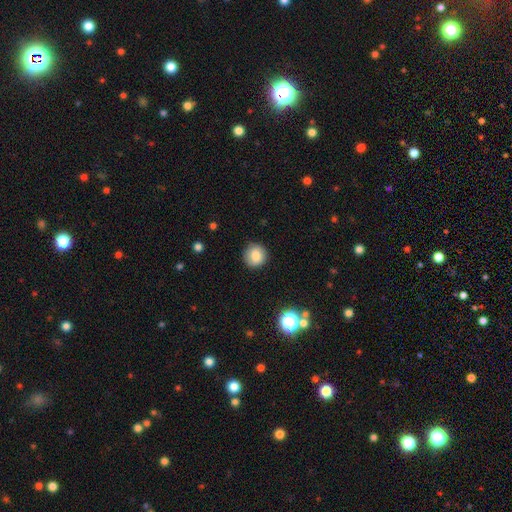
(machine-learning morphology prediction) Smooth or featured: smooth — 83% (star or artifact — 10%)
How rounded: round — 92% (in between — 7%)
Merging: none — 89% (minor disturbance — 8%)